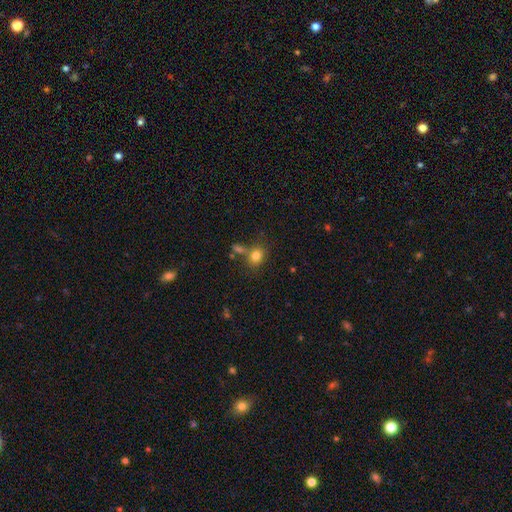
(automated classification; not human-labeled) Overall: smooth (80%). How rounded: round (58%; in between 41%). Merging: none (63%).